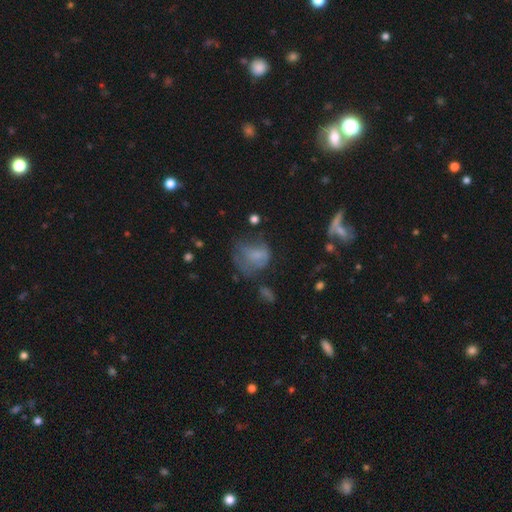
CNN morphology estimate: The model was most divided on "how rounded": round: 51%, in between: 48%, cigar-shaped: 2%. Remaining: smooth or featured — smooth (59%); merging — major disturbance (38%).